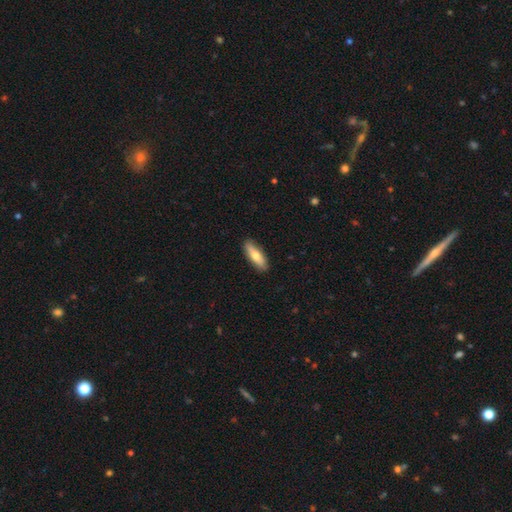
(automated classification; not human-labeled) Overall: smooth (70%). How rounded: in between (52%; cigar-shaped 46%). Merging: none (89%).